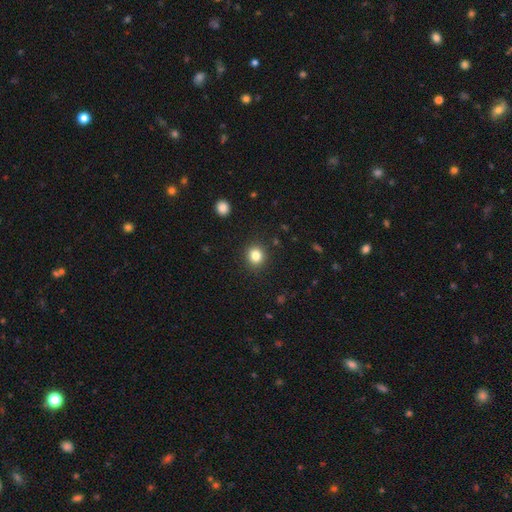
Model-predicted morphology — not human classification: smooth-or-featured: smooth: 83% | star or artifact: 11% | featured or disk: 6%
  how-rounded: round: 82% | in between: 17% | cigar-shaped: 1%
  merging: none: 90% | minor disturbance: 7% | major disturbance: 2% | merger: 1%